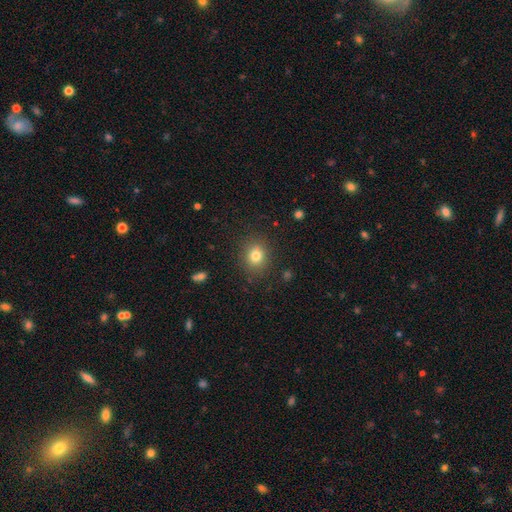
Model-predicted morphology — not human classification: Q: Smooth or featured?
A: smooth (79%); runner-up: star or artifact (13%)
Q: How rounded?
A: round (72%); runner-up: in between (27%)
Q: Merging?
A: none (86%); runner-up: minor disturbance (9%)